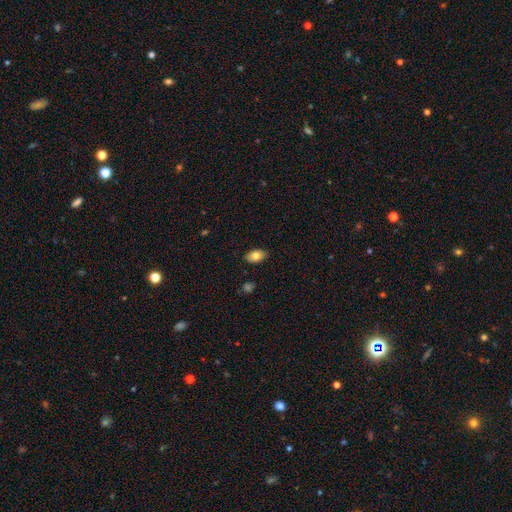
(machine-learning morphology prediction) A smooth galaxy with no disk features (81%) that is in between round and cigar-shaped (91%).

Vote fractions:
- Smooth or featured? smooth: 81% / featured or disk: 12% / star or artifact: 8%
- How rounded? in between: 91% / round: 7% / cigar-shaped: 2%
- Merging? none: 88% / minor disturbance: 9% / major disturbance: 2% / merger: 1%